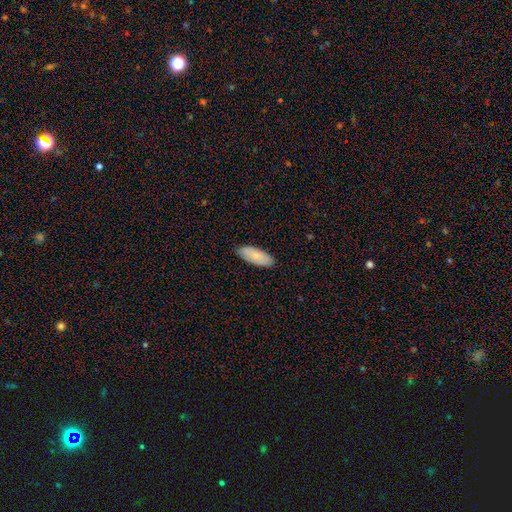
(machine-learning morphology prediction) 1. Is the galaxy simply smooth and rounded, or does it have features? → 84% smooth, 10% featured or disk, 6% star or artifact.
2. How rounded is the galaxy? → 77% in between, 21% cigar-shaped, 2% round.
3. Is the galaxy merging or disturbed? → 88% none, 9% minor disturbance, 2% major disturbance, 1% merger.